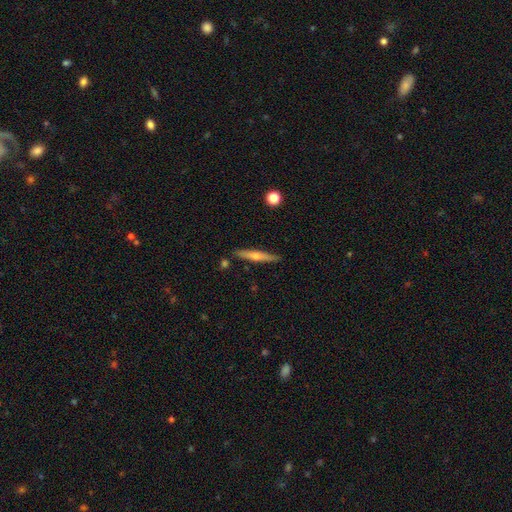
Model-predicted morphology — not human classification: smooth_or_featured: featured or disk (p=0.54) [alt: smooth p=0.40]
disk_edge_on: yes (p=0.96) [alt: no p=0.04]
edge_on_bulge: rounded (p=0.79) [alt: none p=0.16]
merging: none (p=0.87) [alt: minor disturbance p=0.09]